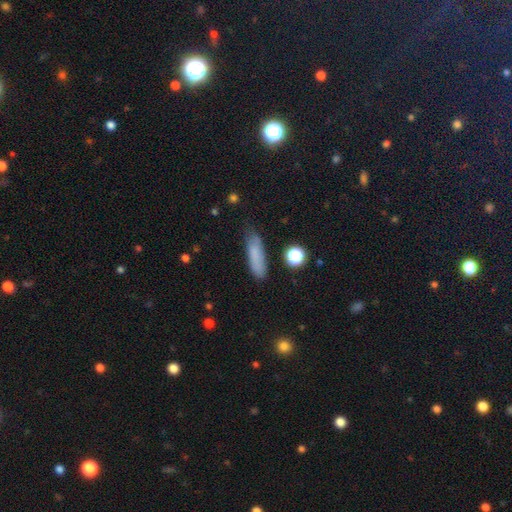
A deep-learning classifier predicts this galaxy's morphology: This is likely a smooth galaxy (78%). How rounded: likely cigar-shaped (61%). Merging: likely none (72%).